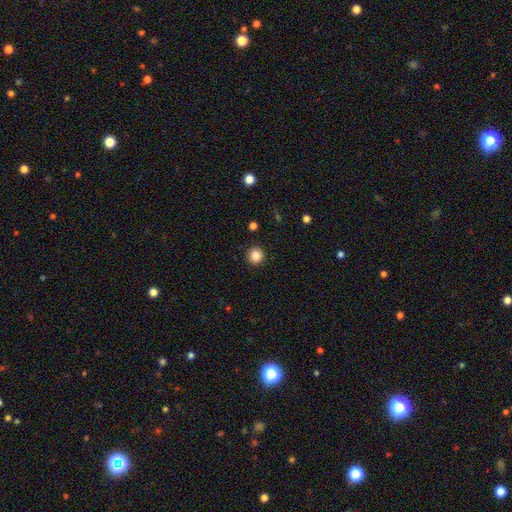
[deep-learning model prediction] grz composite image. It shows a smooth galaxy with no disk features (85%) that is round (95%). Merging: none (92%).